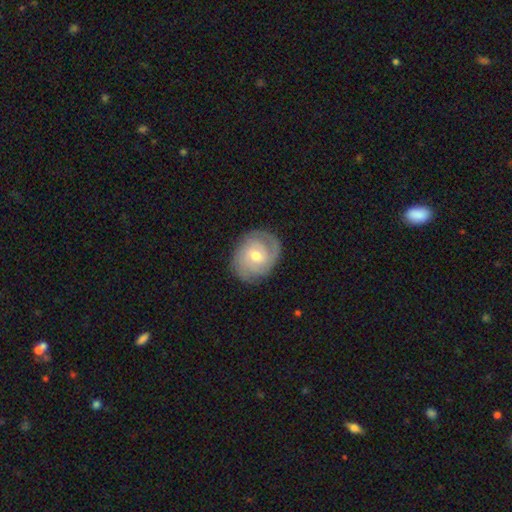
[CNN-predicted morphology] This appears to be a featured or disk galaxy (72%) with no bar (47%), 2 (42%) tight (61%) spiral arms (90%) and a moderate central bulge (66%). Merging: none (80%).